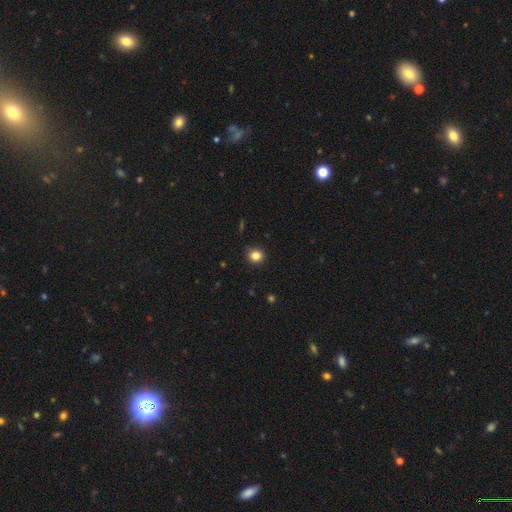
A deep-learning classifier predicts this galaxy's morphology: Overall: smooth (83%). How rounded: round (86%). Merging: none (87%).